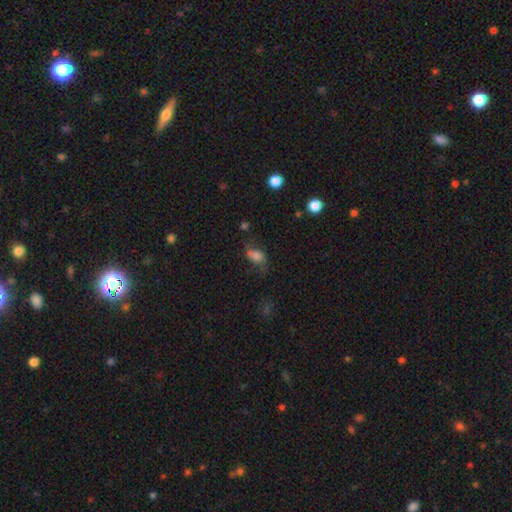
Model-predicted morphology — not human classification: smooth 68%, featured or disk 18%, star or artifact 14%. Down the decision tree: how rounded — in between (81%); merging — none (41%).